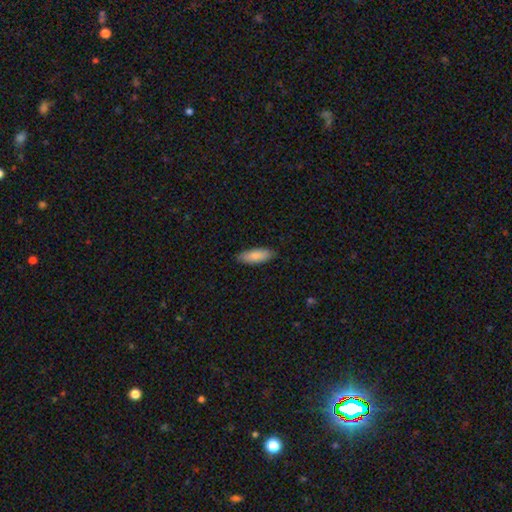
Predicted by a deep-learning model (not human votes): Morphology: type=smooth (85%); roundness=in between (70%); merging=none (86%).